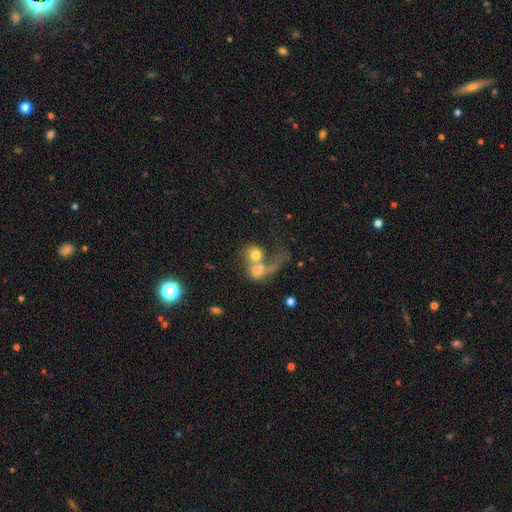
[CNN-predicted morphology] Overall: smooth (60%; featured or disk 30%). How rounded: round (70%). Merging: merger (63%).